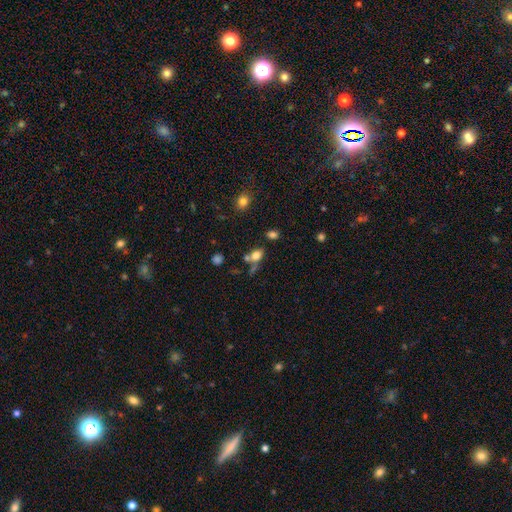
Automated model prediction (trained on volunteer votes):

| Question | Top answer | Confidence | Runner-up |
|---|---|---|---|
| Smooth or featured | smooth | 74% | star or artifact (13%) |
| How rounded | in between | 69% | round (27%) |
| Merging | none | 49% | merger (28%) |